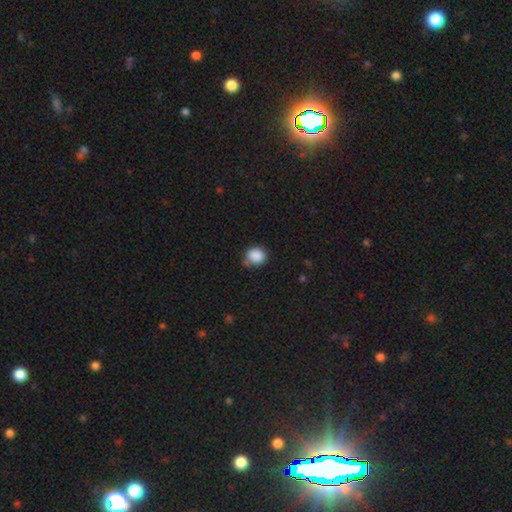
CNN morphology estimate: A smooth galaxy with no disk features (88%) that is round (69%). Merging: none (70%).